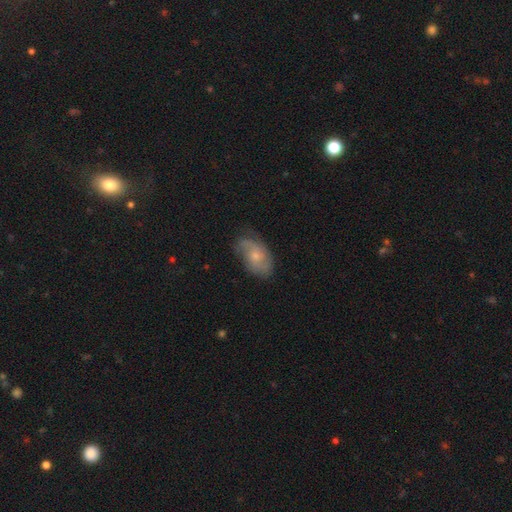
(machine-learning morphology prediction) featured or disk 55%, smooth 38%, star or artifact 7%. Down the decision tree: edge-on disk — no (96%); bar — no (77%); spiral arms — yes (82%); bulge size — small (60%); merging — none (60%).